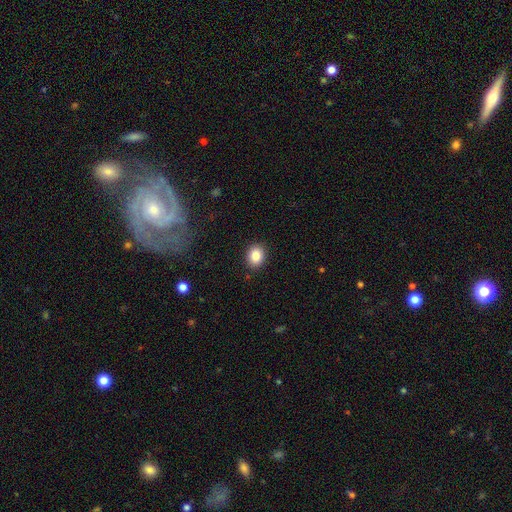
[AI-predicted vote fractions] Overall: smooth (86%). How rounded: round (50%; in between 49%). Merging: none (89%).